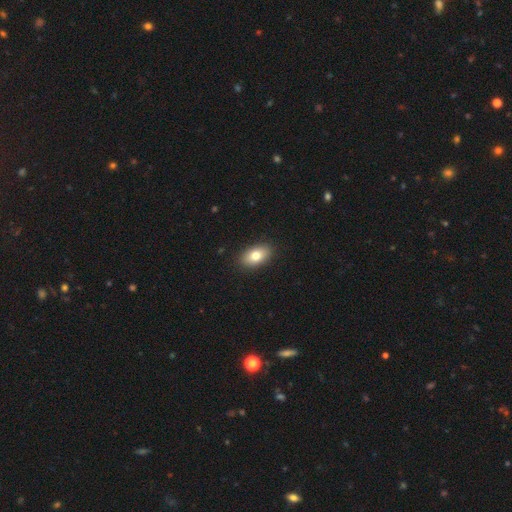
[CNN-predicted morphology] Q: Smooth or featured?
A: smooth (78%); runner-up: featured or disk (14%)
Q: How rounded?
A: in between (90%); runner-up: round (7%)
Q: Merging?
A: none (89%); runner-up: minor disturbance (8%)